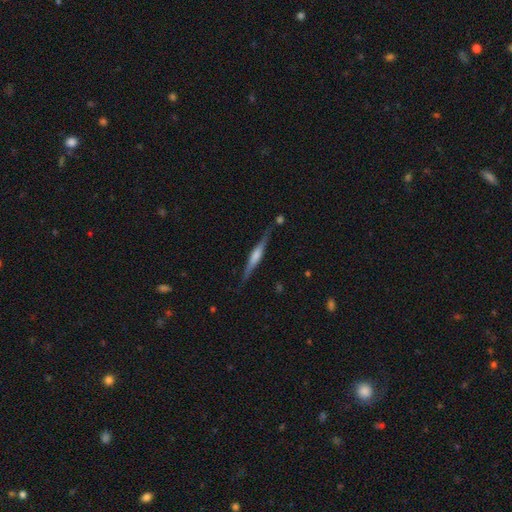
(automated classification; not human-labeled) Morphology: type=featured or disk (64%); edge-on=yes (97%); edge-on bulge=rounded (50%); merging=none (84%).